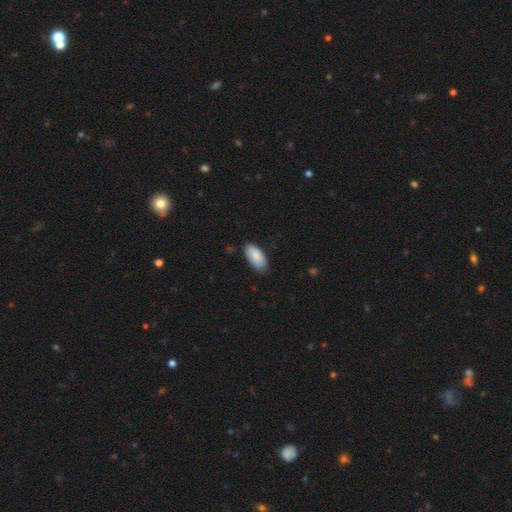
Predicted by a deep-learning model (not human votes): Smooth or featured: smooth — 89% (star or artifact — 6%)
How rounded: in between — 94% (cigar-shaped — 5%)
Merging: none — 80% (minor disturbance — 16%)